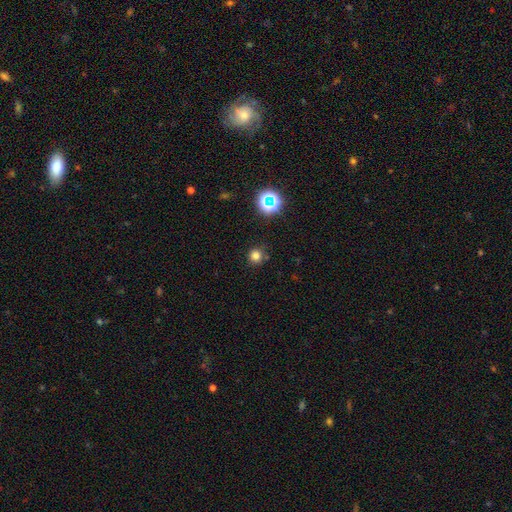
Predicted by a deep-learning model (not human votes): This is likely a smooth galaxy (75%). How rounded: clearly round (92%). Merging: clearly none (84%).